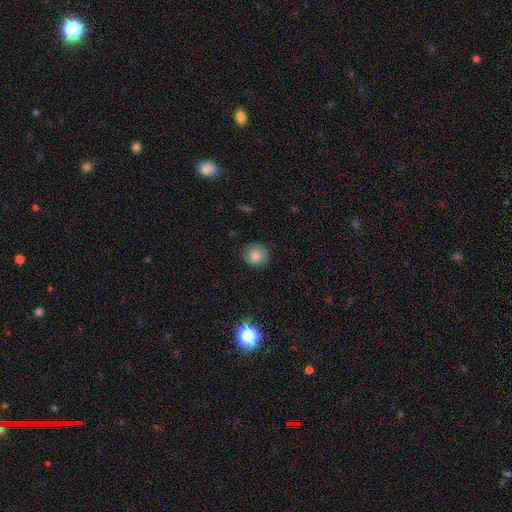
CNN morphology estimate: A smooth galaxy with no disk features (67%) that is round (86%).

Vote fractions:
- Smooth or featured? smooth: 67% / featured or disk: 23% / star or artifact: 10%
- How rounded? round: 86% / in between: 13% / cigar-shaped: 1%
- Merging? none: 82% / minor disturbance: 14% / major disturbance: 4% / merger: 1%